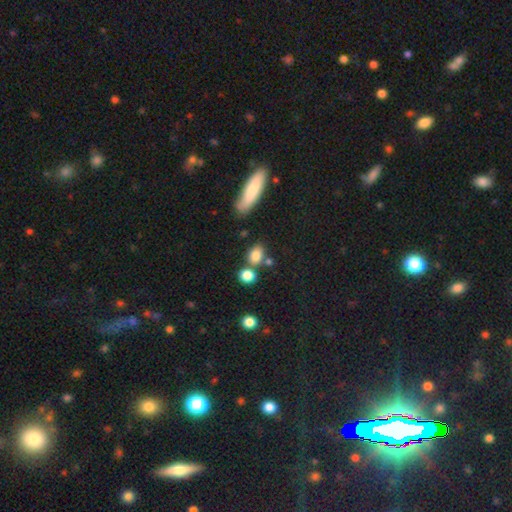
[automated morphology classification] A smooth galaxy with no disk features (81%) that is in between round and cigar-shaped (59%).

Vote fractions:
- Smooth or featured? smooth: 81% / star or artifact: 11% / featured or disk: 8%
- How rounded? in between: 59% / round: 38% / cigar-shaped: 3%
- Merging? none: 60% / merger: 22% / minor disturbance: 13% / major disturbance: 5%